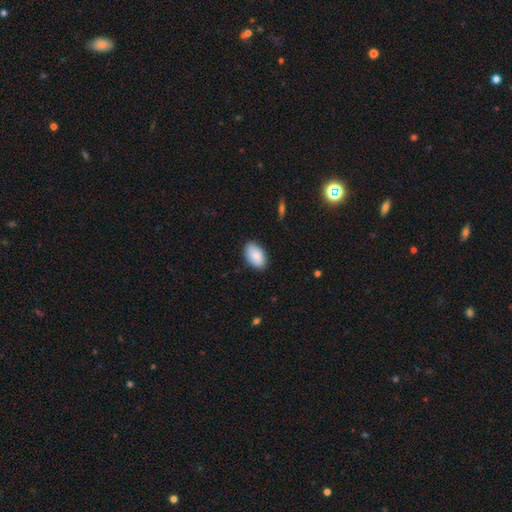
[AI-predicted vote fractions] A smooth galaxy with no disk features (87%) that is in between round and cigar-shaped (93%). Merging: none (86%).